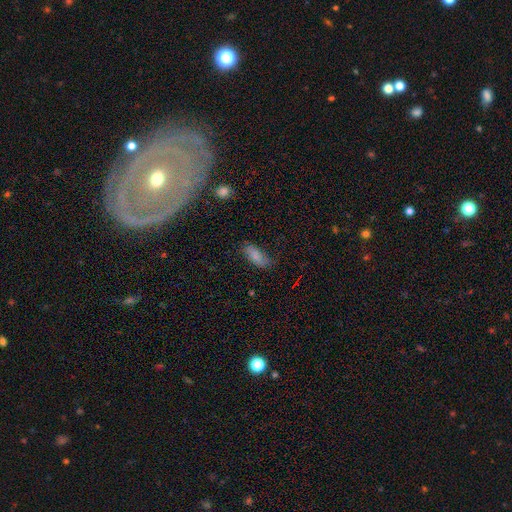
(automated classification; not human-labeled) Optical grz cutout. It shows a smooth galaxy with no disk features (81%) that is in between round and cigar-shaped (82%). Merging: none (67%).